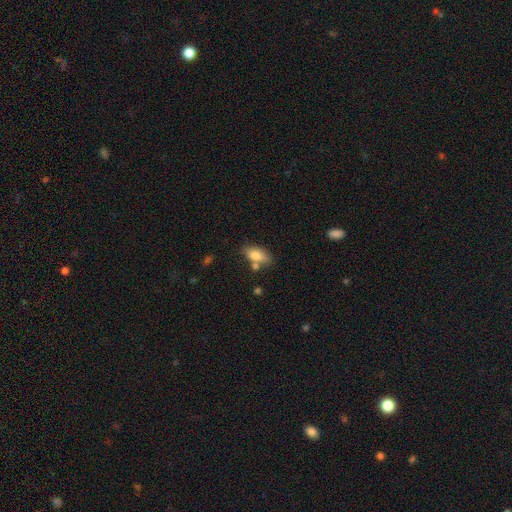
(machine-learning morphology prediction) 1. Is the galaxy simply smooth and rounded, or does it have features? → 80% smooth, 12% featured or disk, 8% star or artifact.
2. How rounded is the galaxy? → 85% in between, 10% cigar-shaped, 4% round.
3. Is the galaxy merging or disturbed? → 63% none, 18% minor disturbance, 15% merger, 5% major disturbance.